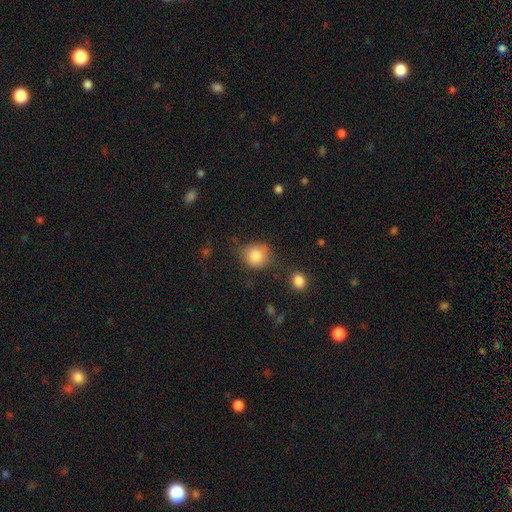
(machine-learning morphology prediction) type=smooth (83%); roundness=round (80%); merging=none (68%).